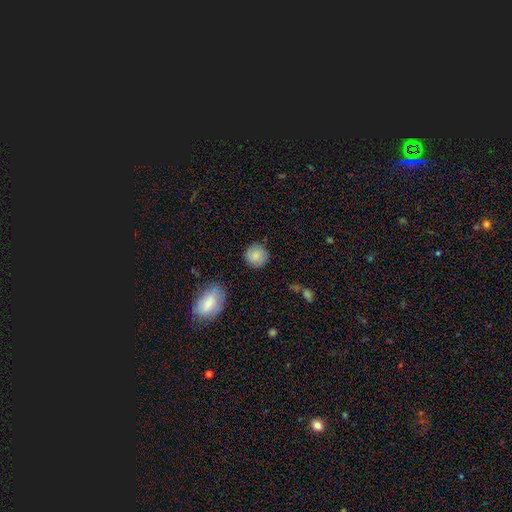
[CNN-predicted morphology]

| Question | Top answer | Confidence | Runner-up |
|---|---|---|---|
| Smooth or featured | smooth | 86% | star or artifact (8%) |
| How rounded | round | 91% | in between (8%) |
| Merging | none | 87% | minor disturbance (9%) |